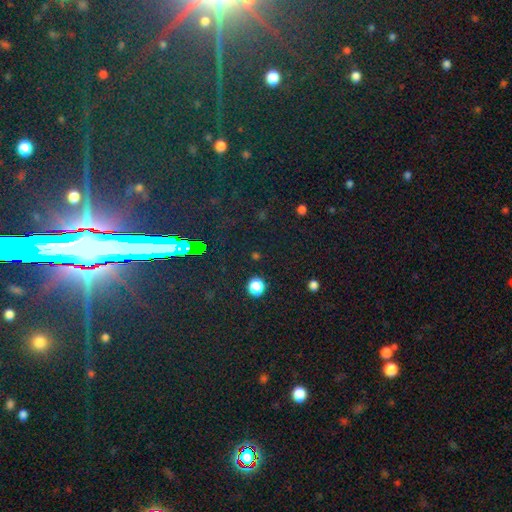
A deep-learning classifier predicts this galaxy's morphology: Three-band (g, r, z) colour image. It shows a star or artifact, not a galaxy (61%).